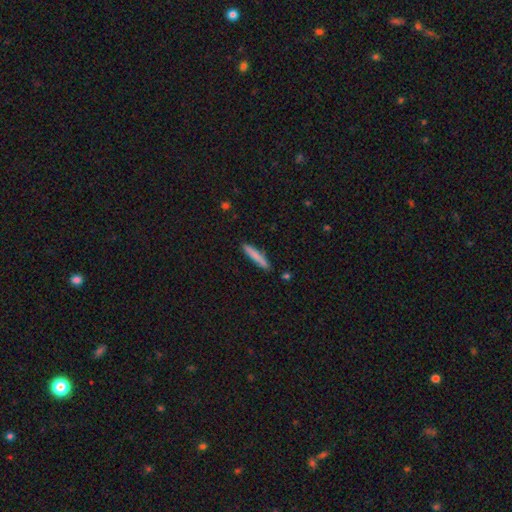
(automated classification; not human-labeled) smooth 81%, featured or disk 13%, star or artifact 6%. Down the decision tree: how rounded — cigar-shaped (93%); merging — none (88%).